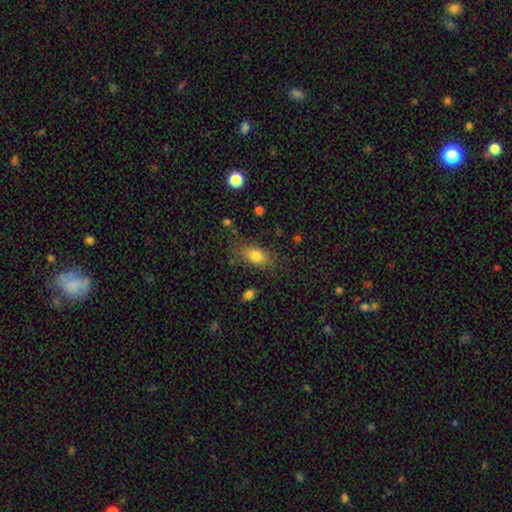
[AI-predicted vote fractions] A smooth galaxy with no disk features (80%) that is in between round and cigar-shaped (82%). Merging: none (74%).